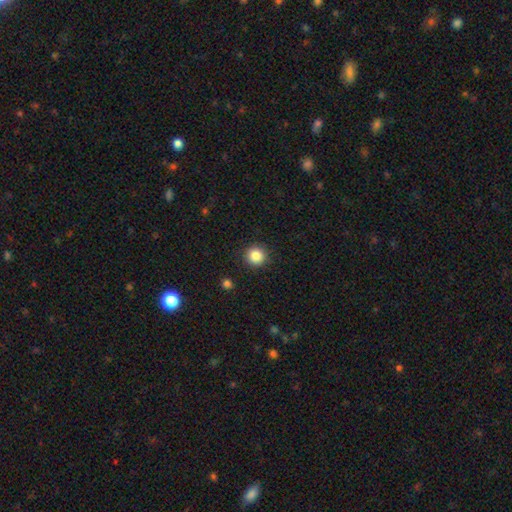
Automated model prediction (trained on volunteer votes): Smooth or featured? Predicted: smooth (p=0.86). How rounded? Predicted: round (p=0.94). Merging? Predicted: none (p=0.91).